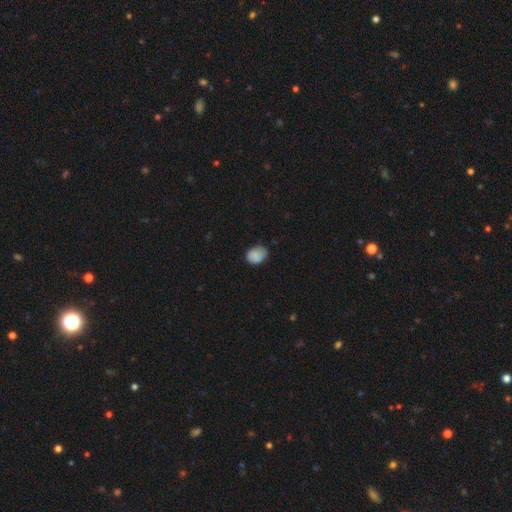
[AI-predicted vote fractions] Q: Smooth or featured?
A: smooth (84%); runner-up: star or artifact (9%)
Q: How rounded?
A: in between (64%); runner-up: round (35%)
Q: Merging?
A: none (67%); runner-up: minor disturbance (27%)